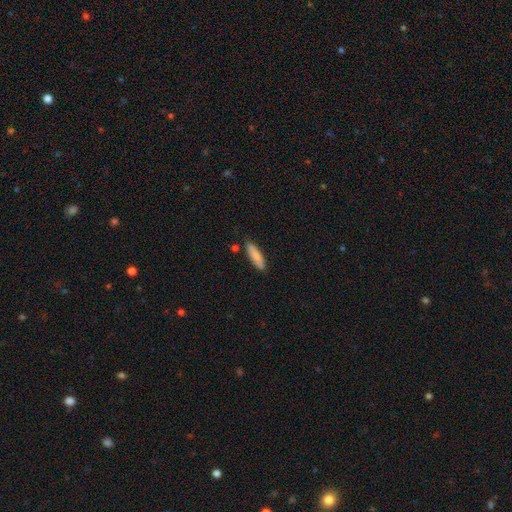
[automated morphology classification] Overall: smooth (83%). How rounded: cigar-shaped (72%). Merging: none (84%).